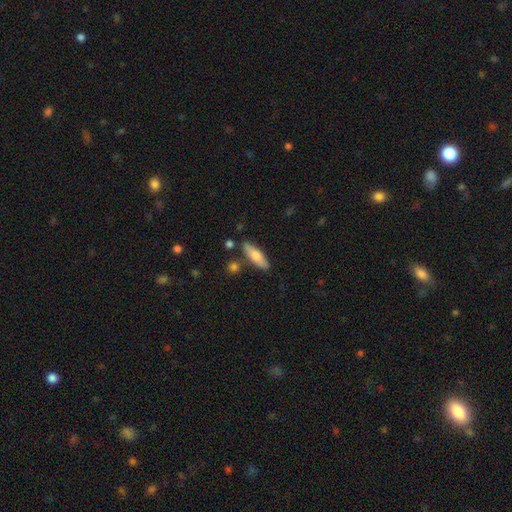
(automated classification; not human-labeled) A smooth galaxy with no disk features (68%) that is cigar-shaped (54%). Merging: none (81%).